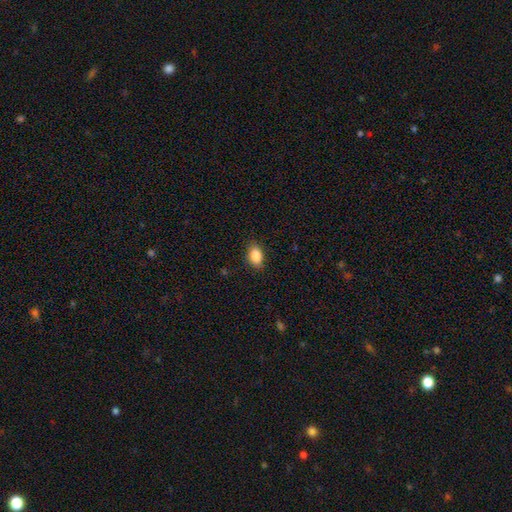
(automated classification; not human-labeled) This appears to be a smooth galaxy with no disk features (88%) that is in between round and cigar-shaped (88%). Merging: none (86%).